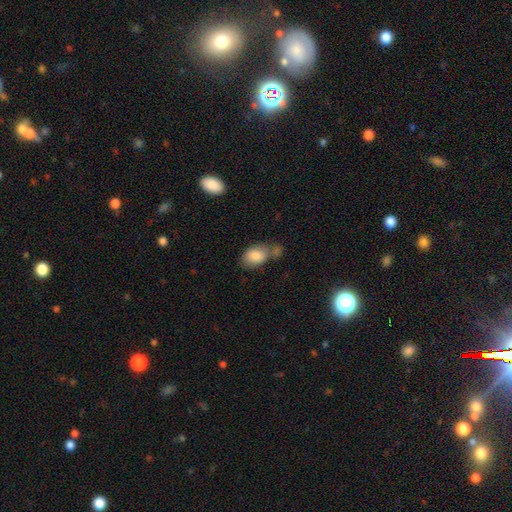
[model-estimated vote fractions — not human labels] Morphology: type=smooth (84%); roundness=in between (84%); merging=none (37%).